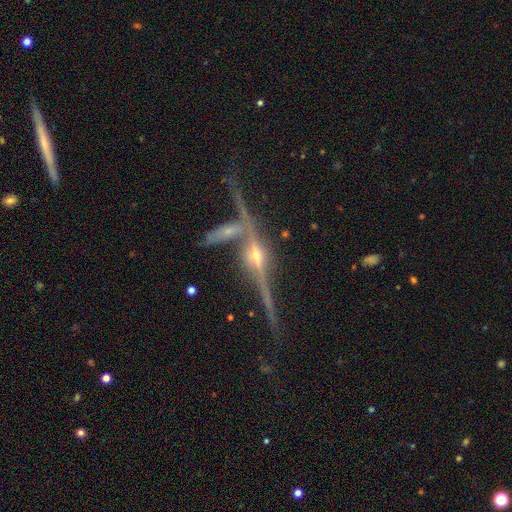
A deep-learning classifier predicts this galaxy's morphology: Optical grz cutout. It shows a featured or disk galaxy (86%) viewed edge-on (95%) with a rounded central bulge (90%). Merging: none (67%).